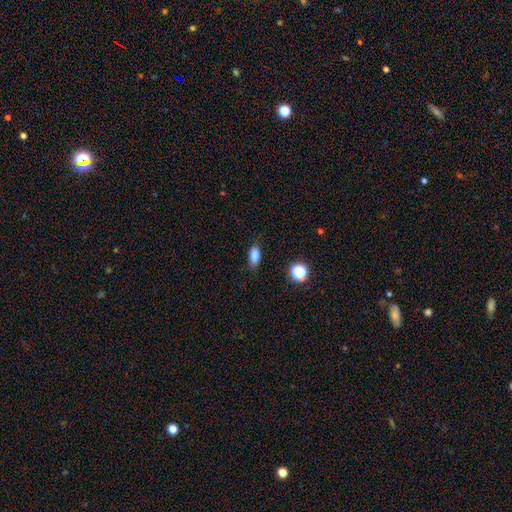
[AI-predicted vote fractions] Smooth or featured: smooth — 82% (star or artifact — 10%)
How rounded: in between — 80% (cigar-shaped — 13%)
Merging: none — 85% (minor disturbance — 11%)